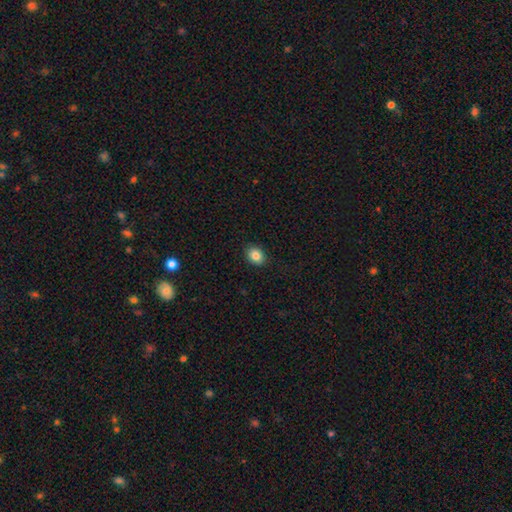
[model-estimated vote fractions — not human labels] Smooth or featured?
  - smooth: 85% *
  - star or artifact: 9%
  - featured or disk: 6%
How rounded?
  - in between: 58% *
  - round: 41%
  - cigar-shaped: 1%
Merging?
  - none: 89% *
  - minor disturbance: 8%
  - major disturbance: 2%
  - merger: 1%